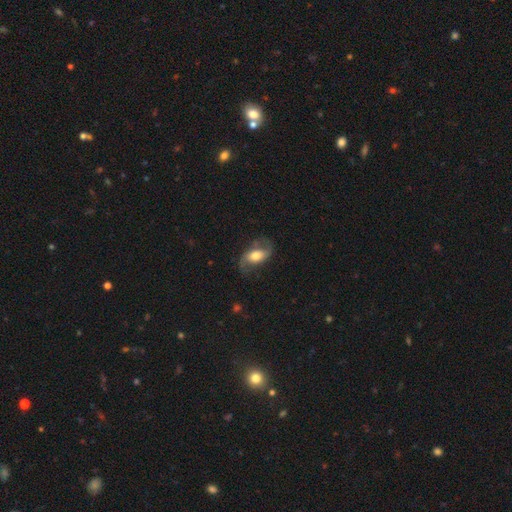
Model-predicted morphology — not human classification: smooth-or-featured: featured or disk: 67% | smooth: 26% | star or artifact: 7%
  disk-edge-on: no: 94% | yes: 6%
    bar: no: 44% | weak: 35% | strong: 21%
    has-spiral-arms: yes: 89% | no: 11%
      spiral-winding: loose: 63% | medium: 29% | tight: 8%
      spiral-arm-count: 2: 90% | can't tell: 4% | 1: 3% | 3: 1% | 4: 1% | more than 4: 1%
    bulge-size: moderate: 57% | large: 27% | small: 12% | dominant: 3% | none: 2%
  merging: none: 67% | minor disturbance: 19% | major disturbance: 13% | merger: 2%